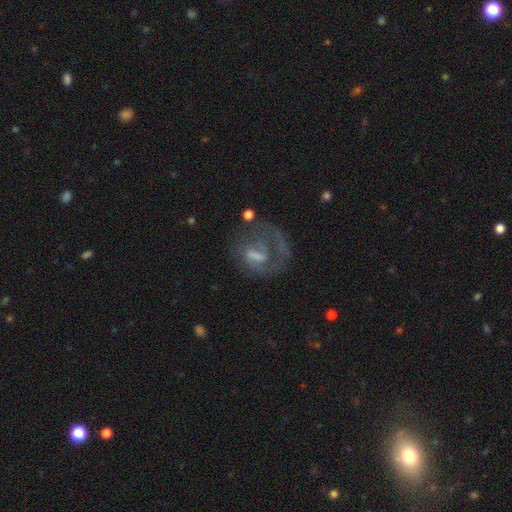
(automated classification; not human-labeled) Smooth or featured? Predicted: featured or disk (p=0.66). Edge-on disk? Predicted: no (p=0.96). Bar? Predicted: weak (p=0.42). Spiral arms? Predicted: yes (p=0.68). Bulge size? Predicted: none (p=0.35). Merging? Predicted: none (p=0.42).